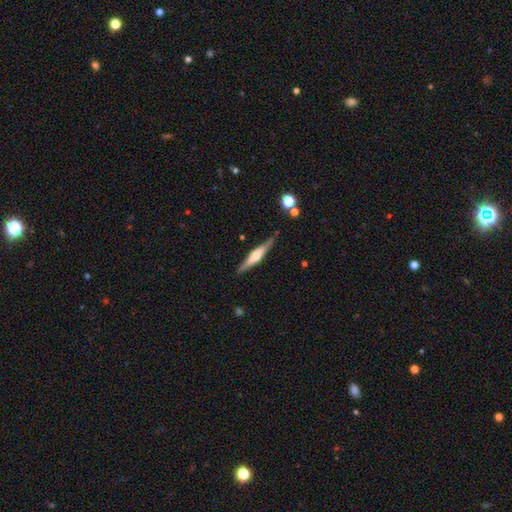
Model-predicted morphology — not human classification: A featured or disk galaxy (71%) viewed edge-on (98%) with a rounded central bulge (75%). Merging: none (87%).